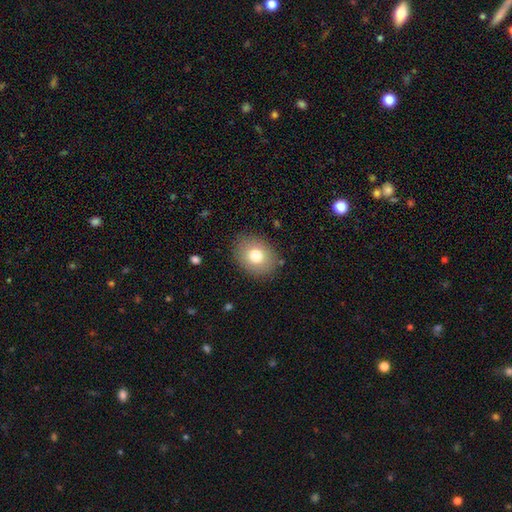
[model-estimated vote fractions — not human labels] Q: Smooth or featured?
A: smooth (77%); runner-up: featured or disk (13%)
Q: How rounded?
A: in between (51%); runner-up: round (48%)
Q: Merging?
A: none (86%); runner-up: minor disturbance (10%)